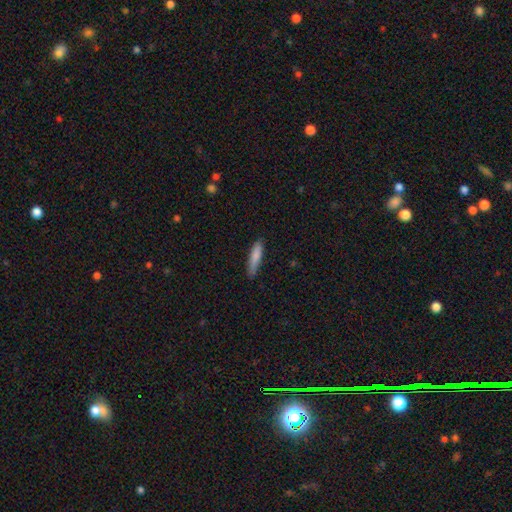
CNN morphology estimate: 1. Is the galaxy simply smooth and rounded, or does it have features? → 82% smooth, 12% featured or disk, 6% star or artifact.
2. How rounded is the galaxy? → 80% cigar-shaped, 19% in between, 1% round.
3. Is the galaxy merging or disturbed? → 76% none, 20% minor disturbance, 3% major disturbance, 1% merger.